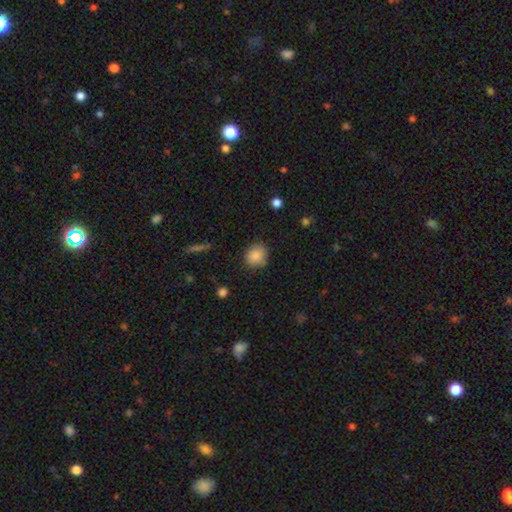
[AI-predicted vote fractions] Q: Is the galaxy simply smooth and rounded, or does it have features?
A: smooth — 86%.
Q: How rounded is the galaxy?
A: round — 76%.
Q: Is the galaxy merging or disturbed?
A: none — 81%.